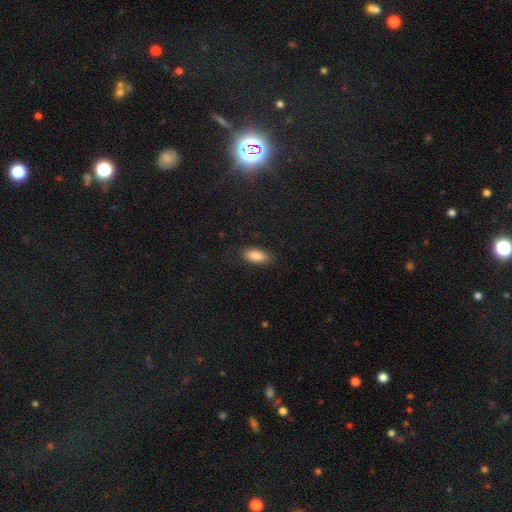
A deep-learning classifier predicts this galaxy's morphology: A smooth galaxy with no disk features (86%) that is in between round and cigar-shaped (85%).

Vote fractions:
- Smooth or featured? smooth: 86% / star or artifact: 7% / featured or disk: 7%
- How rounded? in between: 85% / cigar-shaped: 13% / round: 2%
- Merging? none: 86% / minor disturbance: 11% / major disturbance: 3% / merger: 1%